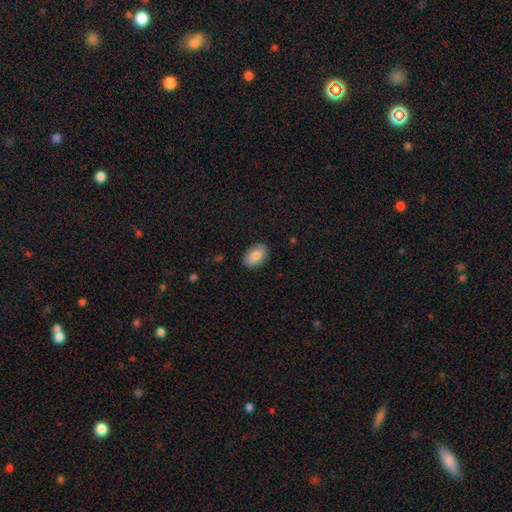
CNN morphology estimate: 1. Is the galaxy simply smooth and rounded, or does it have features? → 83% smooth, 10% featured or disk, 7% star or artifact.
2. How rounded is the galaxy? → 91% in between, 7% round, 2% cigar-shaped.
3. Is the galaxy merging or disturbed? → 87% none, 10% minor disturbance, 2% major disturbance, 1% merger.